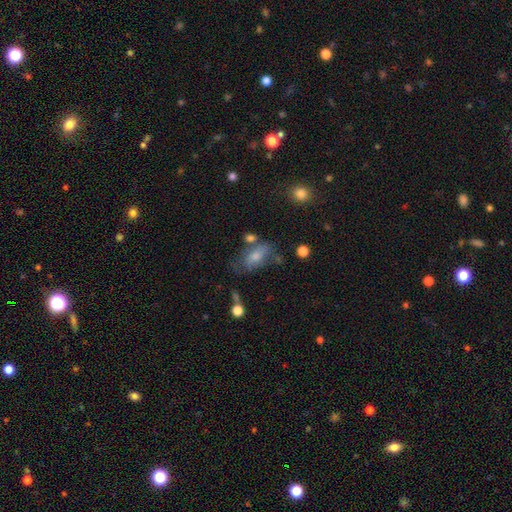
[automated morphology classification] Smooth or featured?
  - smooth: 67% *
  - featured or disk: 23%
  - star or artifact: 9%
How rounded?
  - in between: 85% *
  - cigar-shaped: 9%
  - round: 6%
Merging?
  - none: 49% *
  - minor disturbance: 25%
  - major disturbance: 14%
  - merger: 12%